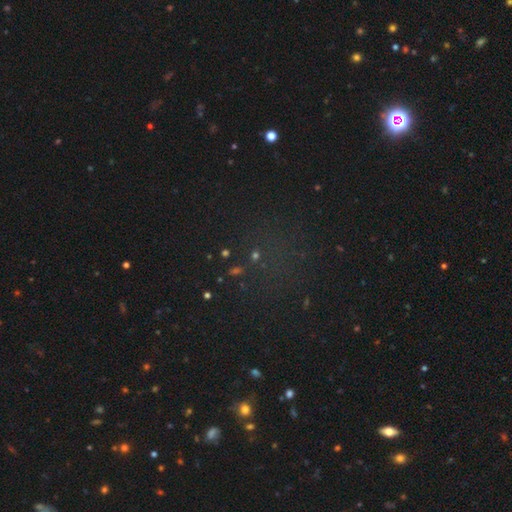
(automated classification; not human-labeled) A star or artifact, not a galaxy (59%).